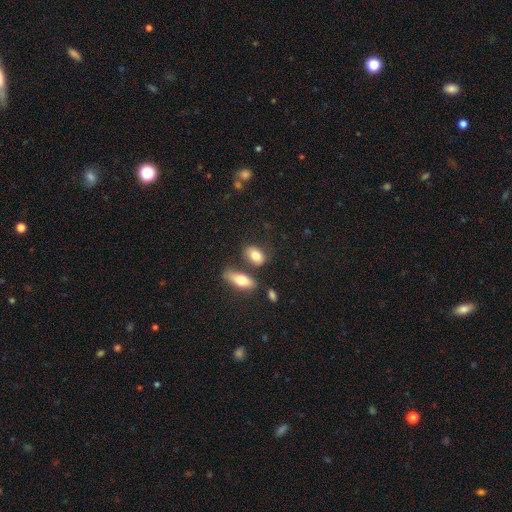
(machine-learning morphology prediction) Smooth or featured: smooth — 81% (featured or disk — 12%)
How rounded: in between — 86% (round — 10%)
Merging: none — 64% (merger — 17%)